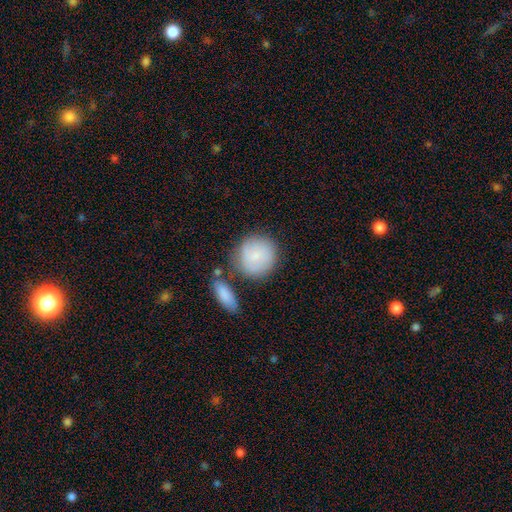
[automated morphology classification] smooth 75%, featured or disk 19%, star or artifact 6%. Down the decision tree: how rounded — round (88%); merging — none (63%).